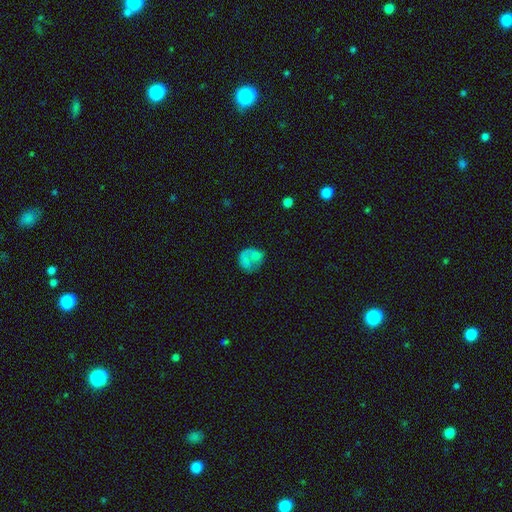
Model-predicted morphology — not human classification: This is marginally a featured or disk galaxy (39%). Merging: possibly none (54%).